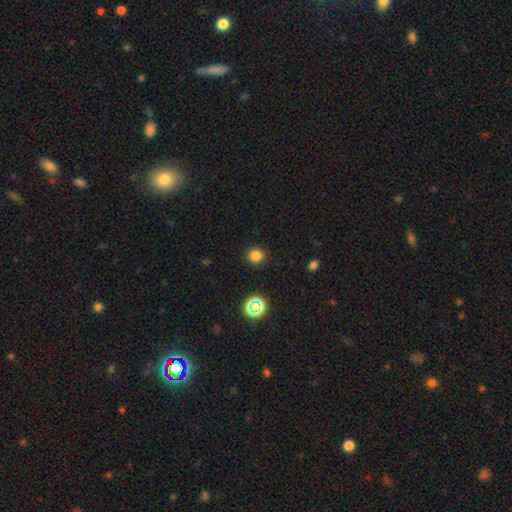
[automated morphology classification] A smooth galaxy with no disk features (79%) that is round (93%). Merging: none (90%).